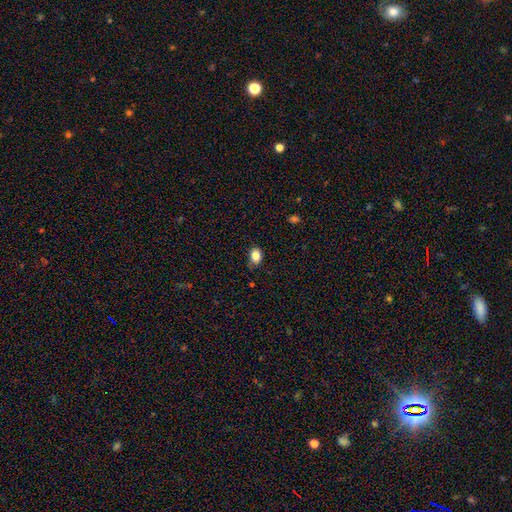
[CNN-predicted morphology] This is clearly a smooth galaxy (85%). How rounded: likely in between (64%). Merging: likely none (77%).